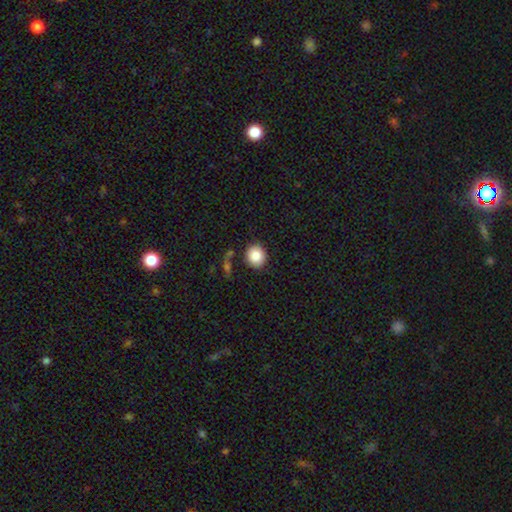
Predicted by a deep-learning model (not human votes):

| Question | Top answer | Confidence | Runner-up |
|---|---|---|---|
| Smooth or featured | smooth | 85% | star or artifact (9%) |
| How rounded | round | 81% | in between (18%) |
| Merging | none | 81% | minor disturbance (10%) |